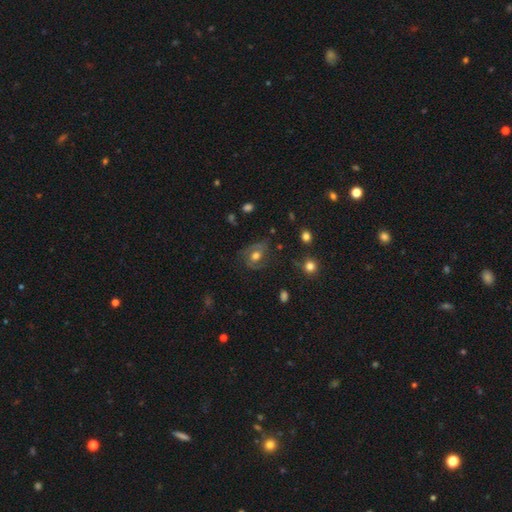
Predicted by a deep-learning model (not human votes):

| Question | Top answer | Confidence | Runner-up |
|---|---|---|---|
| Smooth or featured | featured or disk | 57% | smooth (33%) |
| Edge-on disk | no | 96% | yes (4%) |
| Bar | no | 65% | weak (27%) |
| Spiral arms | yes | 73% | no (27%) |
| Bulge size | moderate | 63% | large (26%) |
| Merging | none | 64% | minor disturbance (21%) |